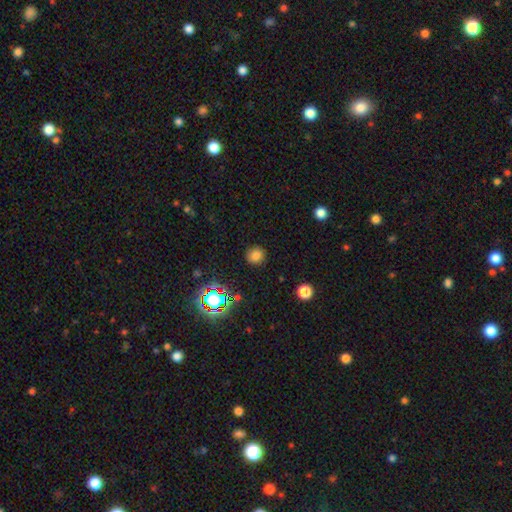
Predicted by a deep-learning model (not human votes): A smooth galaxy with no disk features (76%) that is round (89%). Merging: none (89%).